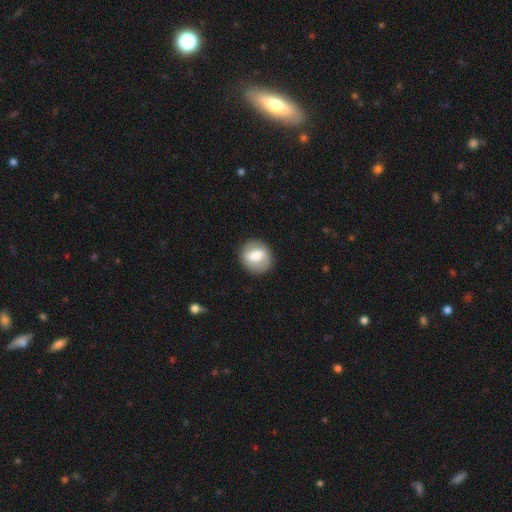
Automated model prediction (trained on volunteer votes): smooth_or_featured: smooth (p=0.52) [alt: featured or disk p=0.41]
how_rounded: round (p=0.77) [alt: in between p=0.22]
merging: none (p=0.88) [alt: minor disturbance p=0.08]